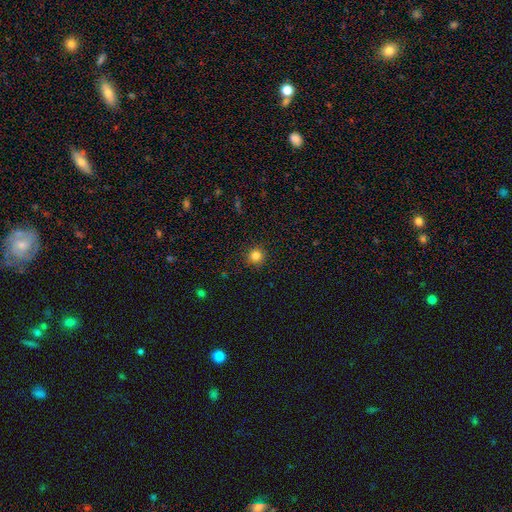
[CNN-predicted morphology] This is clearly a smooth galaxy (82%). How rounded: clearly round (95%). Merging: clearly none (92%).